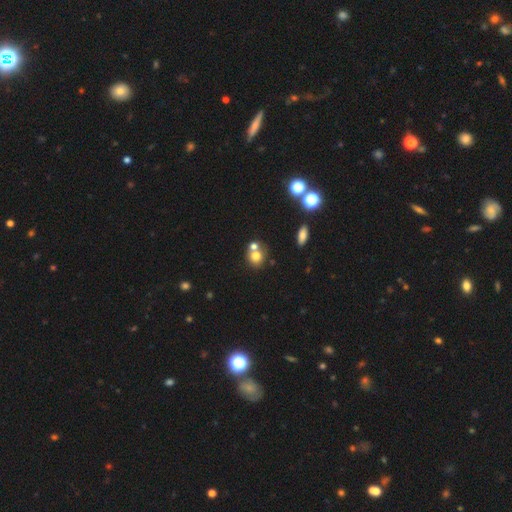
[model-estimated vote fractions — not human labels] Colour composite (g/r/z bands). It shows a smooth galaxy with no disk features (73%) that is round (77%). Merging: merger (45%).